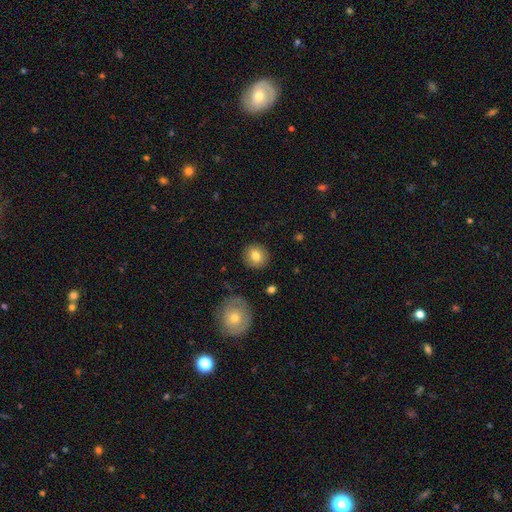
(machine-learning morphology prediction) Smooth or featured: smooth — 82% (featured or disk — 10%)
How rounded: round — 90% (in between — 9%)
Merging: none — 90% (minor disturbance — 7%)